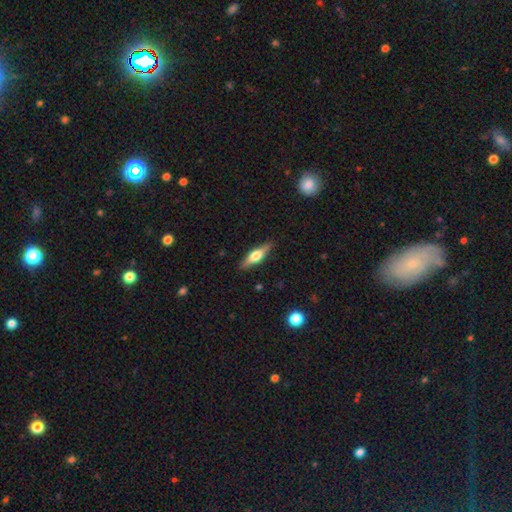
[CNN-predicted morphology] Smooth or featured? Predicted: featured or disk (p=0.50). Merging? Predicted: none (p=0.87).